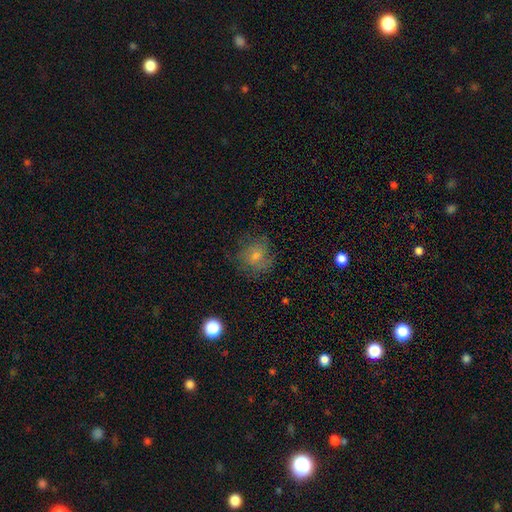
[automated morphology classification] smooth-or-featured: smooth: 53% | featured or disk: 29% | star or artifact: 18%
  how-rounded: round: 82% | in between: 17% | cigar-shaped: 1%
  merging: none: 72% | minor disturbance: 17% | major disturbance: 9% | merger: 1%